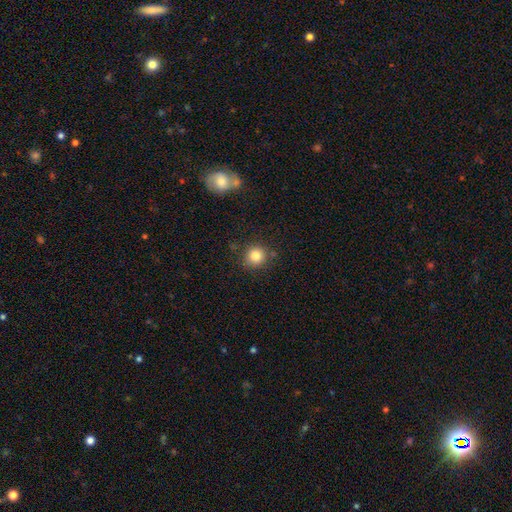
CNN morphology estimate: smooth 83%, star or artifact 11%, featured or disk 6%. Down the decision tree: how rounded — round (89%); merging — none (82%).